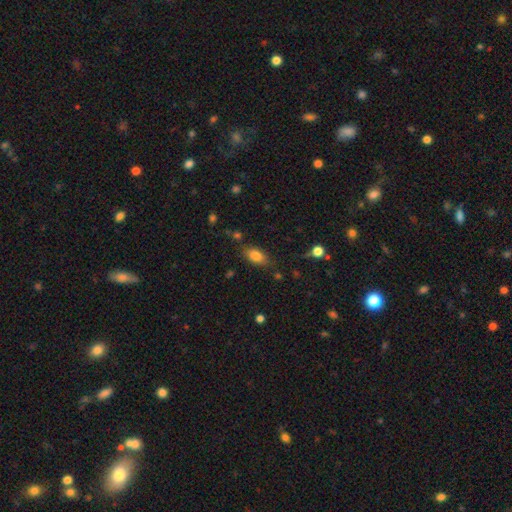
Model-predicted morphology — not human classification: Smooth or featured? smooth (83%)
How rounded? in between (88%)
Merging? none (77%)